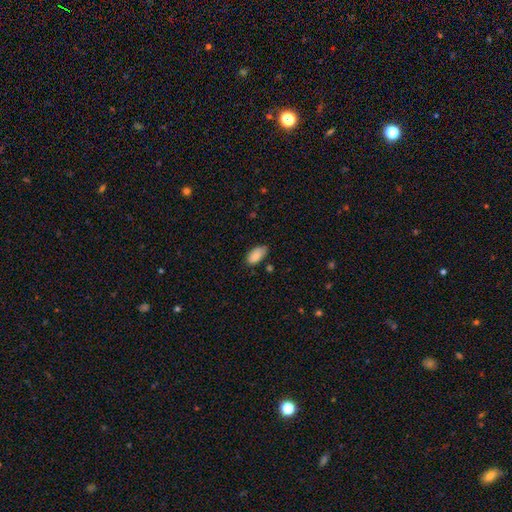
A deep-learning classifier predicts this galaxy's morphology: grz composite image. It shows a smooth galaxy with no disk features (87%) that is in between round and cigar-shaped (94%). Merging: none (68%).